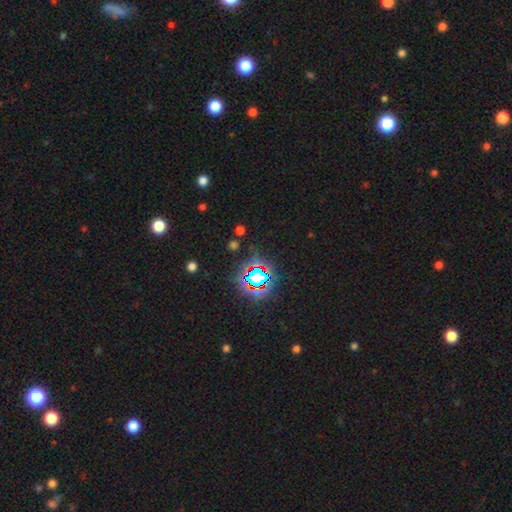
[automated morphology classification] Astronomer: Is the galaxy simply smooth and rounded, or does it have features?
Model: star or artifact — 79%.